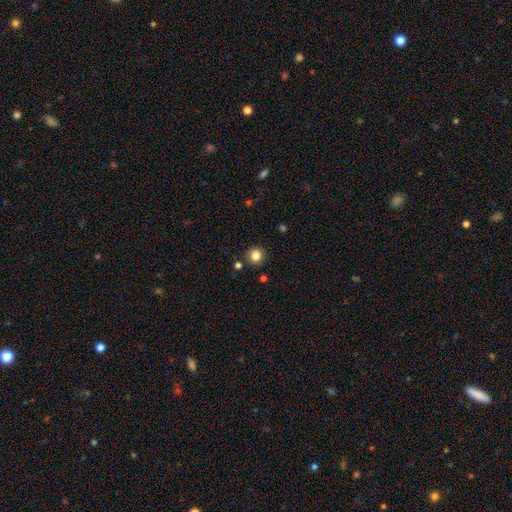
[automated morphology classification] Smooth or featured? Predicted: smooth (p=0.83). How rounded? Predicted: round (p=0.93). Merging? Predicted: none (p=0.89).